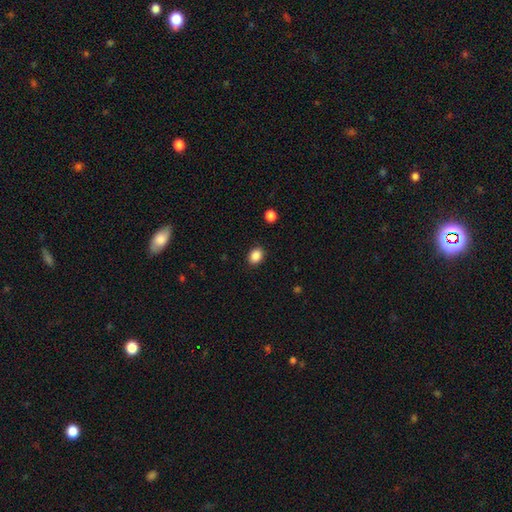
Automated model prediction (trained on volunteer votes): A smooth galaxy with no disk features (88%) that is in between round and cigar-shaped (57%). Merging: none (89%).